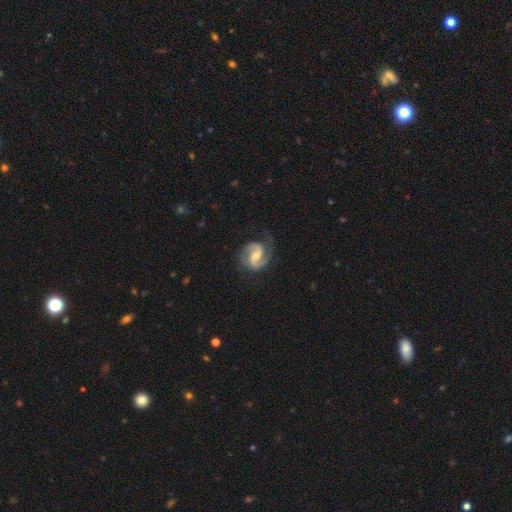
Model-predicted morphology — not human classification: Smooth or featured? featured or disk (90%)
Edge-on disk? no (98%)
Bar? weak (49%)
Spiral arms? yes (98%)
Spiral winding? medium (57%)
Spiral arm count? 2 (91%)
Bulge size? moderate (51%)
Merging? none (73%)